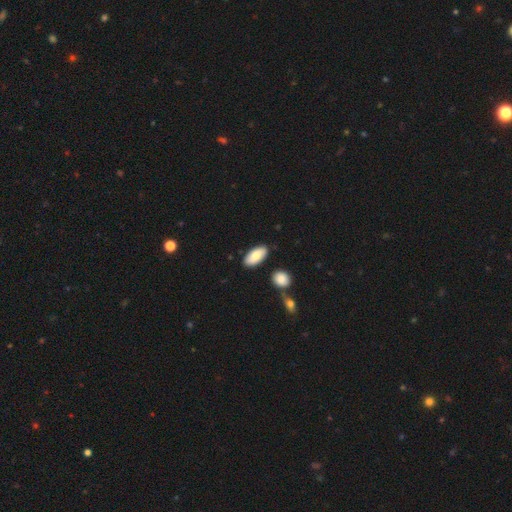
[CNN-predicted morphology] A smooth galaxy with no disk features (81%) that is in between round and cigar-shaped (91%). Merging: none (84%).